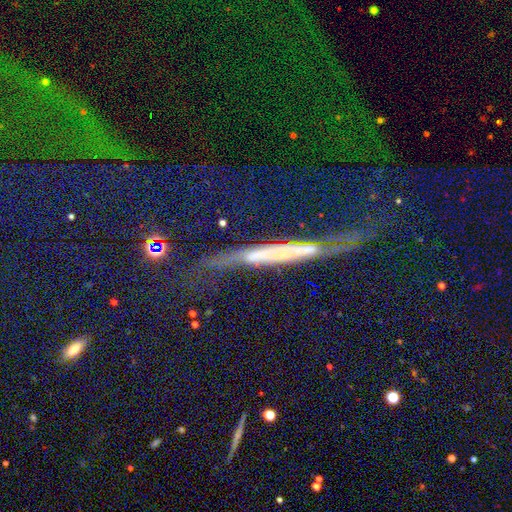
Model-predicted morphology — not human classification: A smooth galaxy with no disk features (42%).

Vote fractions:
- Smooth or featured? smooth: 42% / featured or disk: 34% / star or artifact: 24%
- Merging? none: 64% / minor disturbance: 17% / major disturbance: 11% / merger: 8%